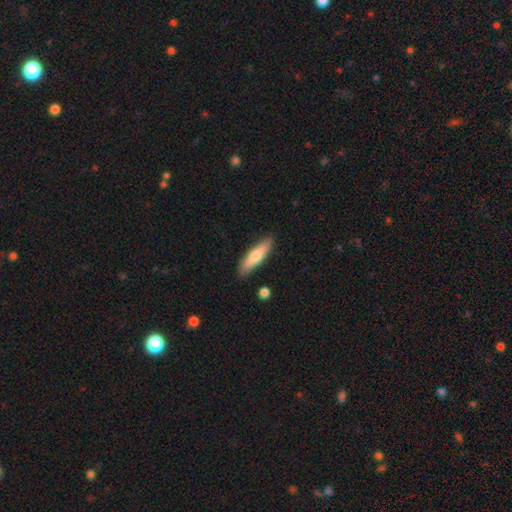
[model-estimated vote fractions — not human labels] A smooth galaxy with no disk features (70%) that is cigar-shaped (65%).

Vote fractions:
- Smooth or featured? smooth: 70% / featured or disk: 24% / star or artifact: 6%
- How rounded? cigar-shaped: 65% / in between: 33% / round: 2%
- Merging? none: 86% / minor disturbance: 10% / merger: 2% / major disturbance: 2%